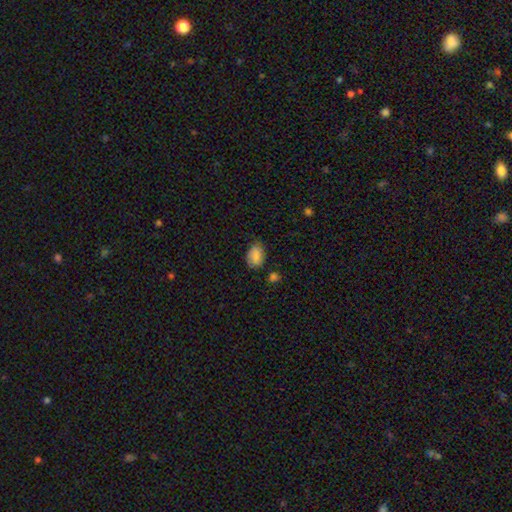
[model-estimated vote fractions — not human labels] Smooth or featured?
  - smooth: 83% *
  - featured or disk: 9%
  - star or artifact: 8%
How rounded?
  - in between: 82% *
  - round: 16%
  - cigar-shaped: 1%
Merging?
  - none: 69% *
  - minor disturbance: 24%
  - major disturbance: 4%
  - merger: 3%